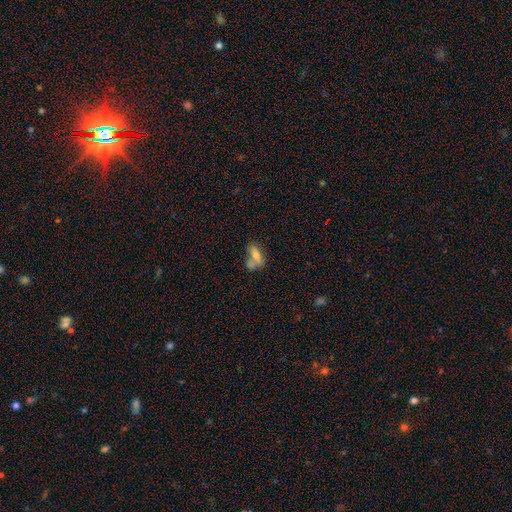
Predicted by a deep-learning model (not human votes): This appears to be a smooth galaxy with no disk features (63%) that is in between round and cigar-shaped (75%). Merging: merger (41%).